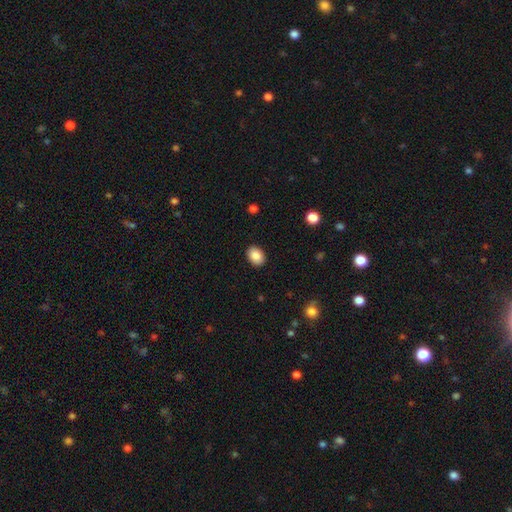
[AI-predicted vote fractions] Overall: smooth (89%). How rounded: in between (72%). Merging: none (89%).